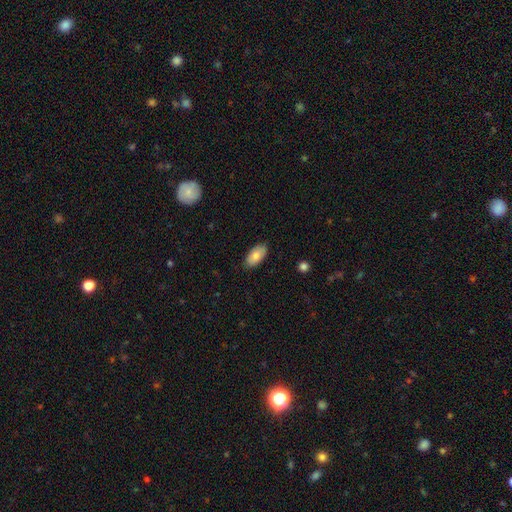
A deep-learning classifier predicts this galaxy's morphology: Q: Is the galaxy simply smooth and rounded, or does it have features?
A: smooth — 81%.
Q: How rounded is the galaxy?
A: in between — 94%.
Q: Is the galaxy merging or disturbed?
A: none — 86%.